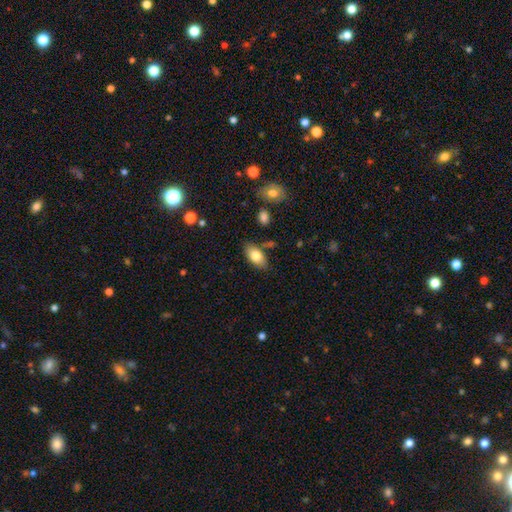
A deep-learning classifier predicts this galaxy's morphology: type=smooth (79%); roundness=in between (92%); merging=none (80%).